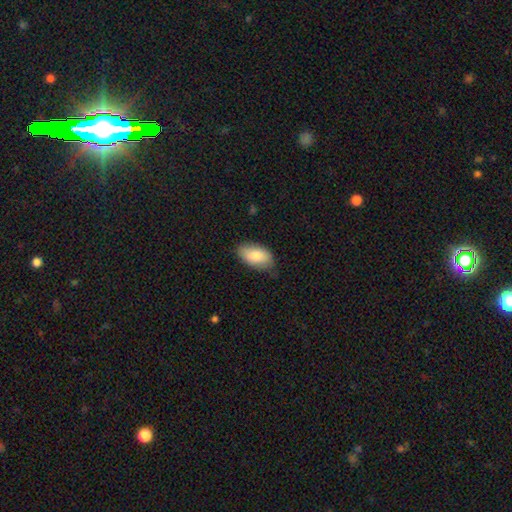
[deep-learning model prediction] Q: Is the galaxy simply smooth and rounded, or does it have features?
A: smooth — 81%.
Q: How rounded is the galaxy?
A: in between — 94%.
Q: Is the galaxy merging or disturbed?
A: none — 76%.